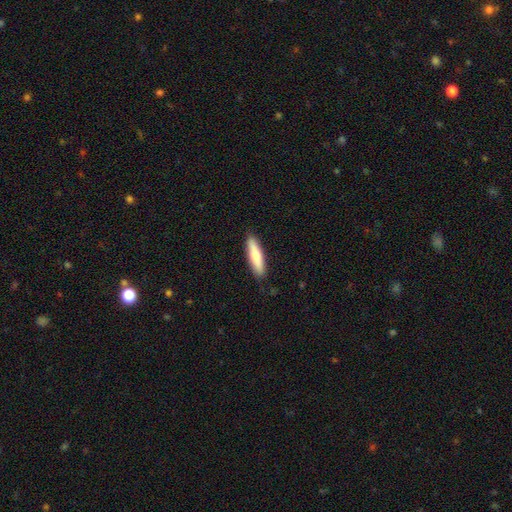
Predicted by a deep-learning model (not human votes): Smooth or featured?
  - smooth: 68% *
  - featured or disk: 26%
  - star or artifact: 5%
How rounded?
  - cigar-shaped: 76% *
  - in between: 22%
  - round: 2%
Merging?
  - none: 88% *
  - minor disturbance: 9%
  - major disturbance: 2%
  - merger: 1%